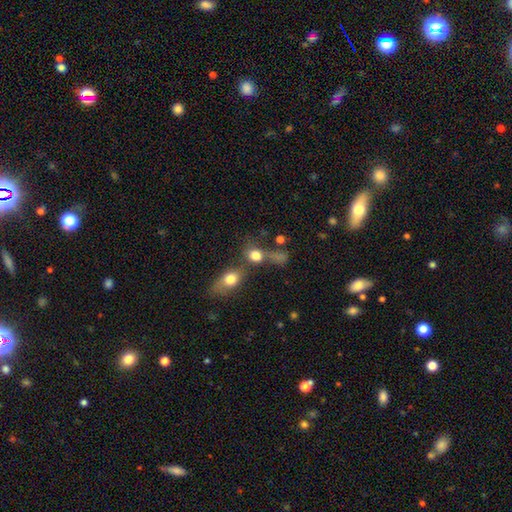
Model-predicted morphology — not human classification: The model was most divided on "merging": merger: 43%, none: 36%, major disturbance: 11%, minor disturbance: 10%. More confident: smooth or featured — smooth (77%); how rounded — round (62%).